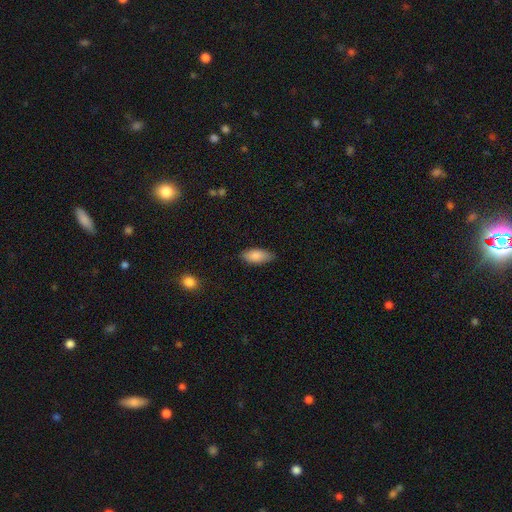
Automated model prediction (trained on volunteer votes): Morphology: type=smooth (86%); roundness=in between (84%); merging=none (81%).